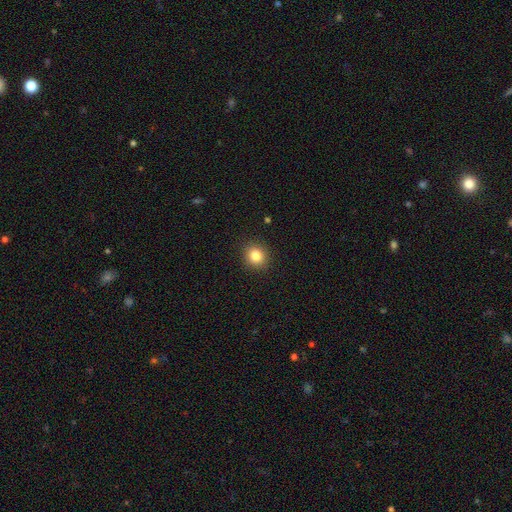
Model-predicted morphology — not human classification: Smooth or featured? Predicted: smooth (p=0.84). How rounded? Predicted: round (p=0.84). Merging? Predicted: none (p=0.90).